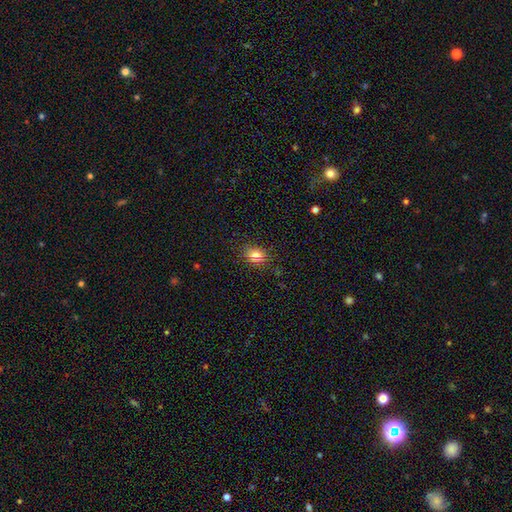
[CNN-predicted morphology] smooth_or_featured: smooth (p=0.76) [alt: star or artifact p=0.16]
how_rounded: round (p=0.56) [alt: in between p=0.43]
merging: none (p=0.86) [alt: minor disturbance p=0.10]